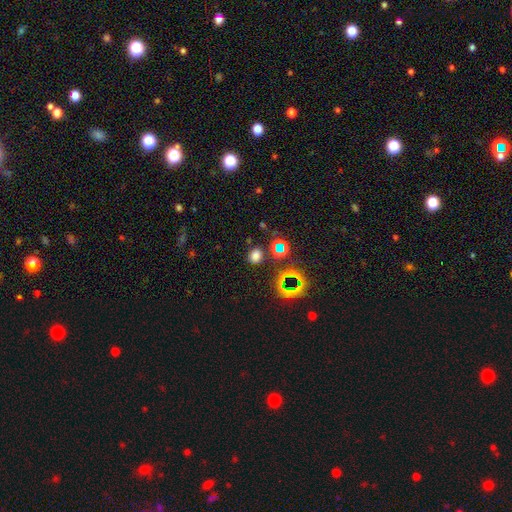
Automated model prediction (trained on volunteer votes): This is likely a smooth galaxy (69%). How rounded: likely round (62%). Merging: likely none (80%).